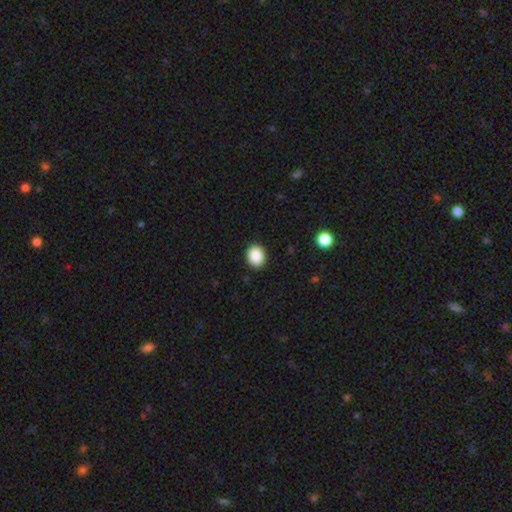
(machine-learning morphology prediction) A smooth galaxy with no disk features (89%) that is round (54%).

Vote fractions:
- Smooth or featured? smooth: 89% / star or artifact: 8% / featured or disk: 3%
- How rounded? round: 54% / in between: 46% / cigar-shaped: 1%
- Merging? none: 90% / minor disturbance: 7% / major disturbance: 2% / merger: 1%